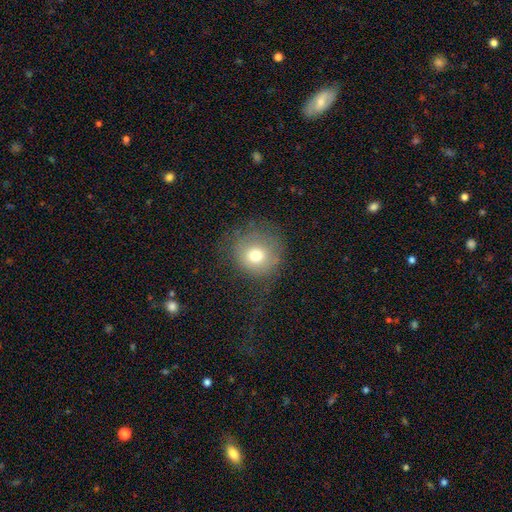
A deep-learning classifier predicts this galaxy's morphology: Smooth or featured?
  - smooth: 72% *
  - featured or disk: 15%
  - star or artifact: 13%
How rounded?
  - round: 88% *
  - in between: 11%
  - cigar-shaped: 1%
Merging?
  - none: 65% *
  - minor disturbance: 18%
  - major disturbance: 16%
  - merger: 1%